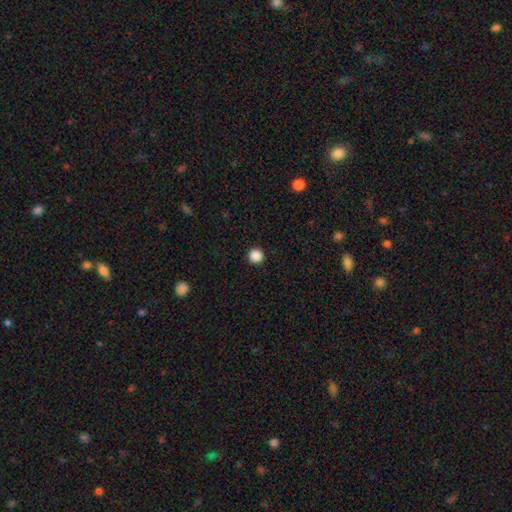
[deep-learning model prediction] Morphology: type=smooth (87%); roundness=round (97%); merging=none (94%).